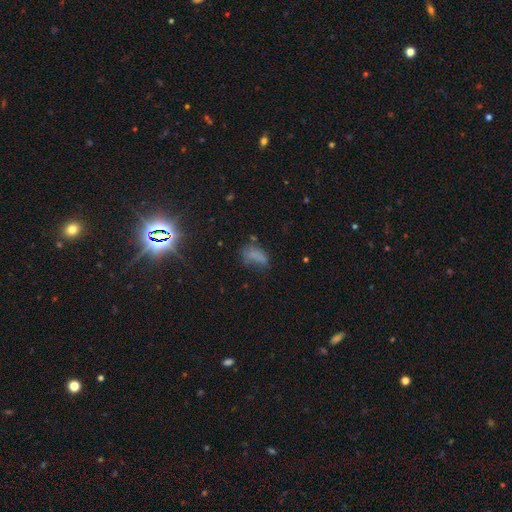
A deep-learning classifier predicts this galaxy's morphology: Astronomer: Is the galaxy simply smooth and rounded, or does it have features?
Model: smooth — 63%.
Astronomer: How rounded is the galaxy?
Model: in between — 86%.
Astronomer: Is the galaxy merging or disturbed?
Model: none — 37% (runner-up: minor disturbance, 30%).